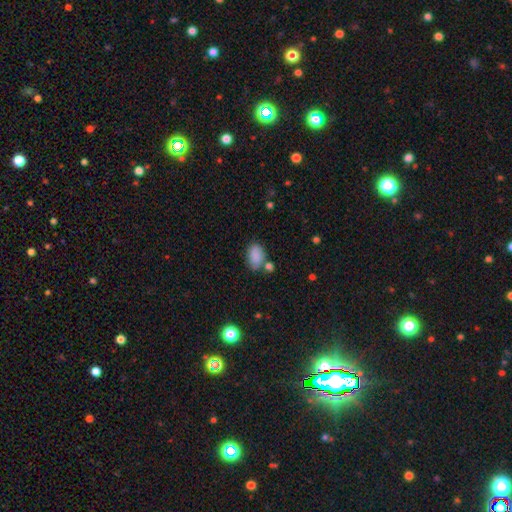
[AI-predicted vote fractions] Smooth or featured? smooth (84%)
How rounded? in between (87%)
Merging? none (60%)